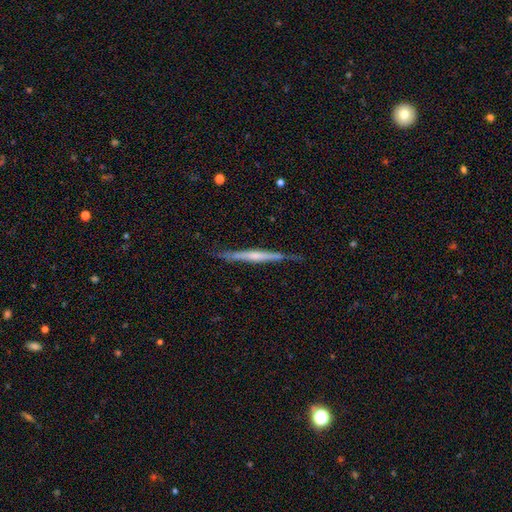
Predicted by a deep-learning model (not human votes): The model was most divided on "edge-on bulge": none: 48%, rounded: 36%, boxy: 16%. More confident: edge-on disk — yes (97%); merging — none (81%); smooth or featured — featured or disk (66%).